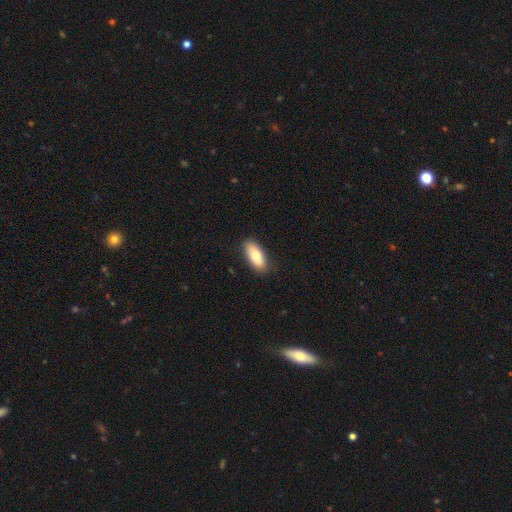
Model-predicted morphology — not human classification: Smooth or featured: smooth — 75% (featured or disk — 18%)
How rounded: in between — 86% (cigar-shaped — 12%)
Merging: none — 87% (minor disturbance — 10%)